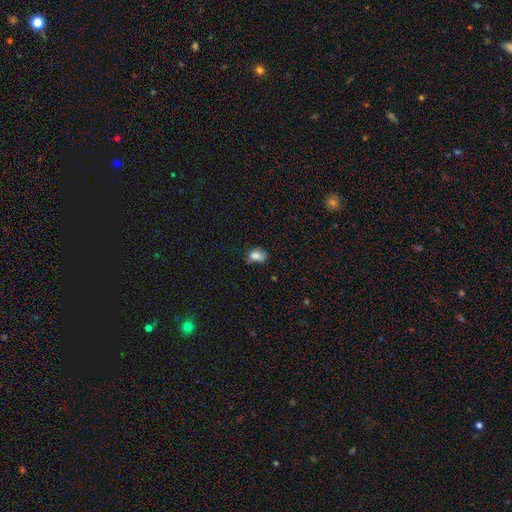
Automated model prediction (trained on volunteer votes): Overall: smooth (78%). How rounded: in between (66%; round 33%). Merging: none (39%; minor disturbance 37%).